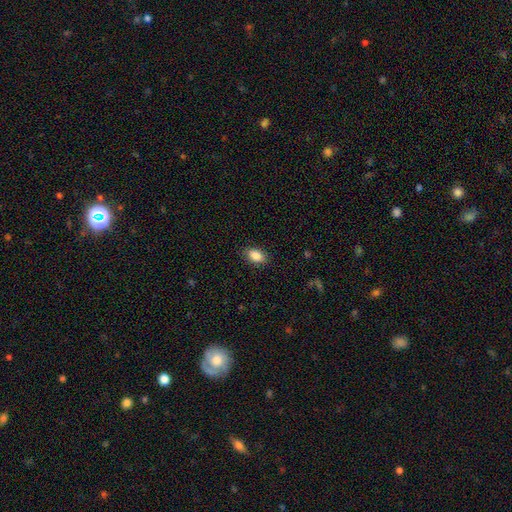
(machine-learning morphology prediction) smooth_or_featured: smooth (p=0.87) [alt: star or artifact p=0.08]
how_rounded: in between (p=0.89) [alt: round p=0.09]
merging: none (p=0.87) [alt: minor disturbance p=0.10]